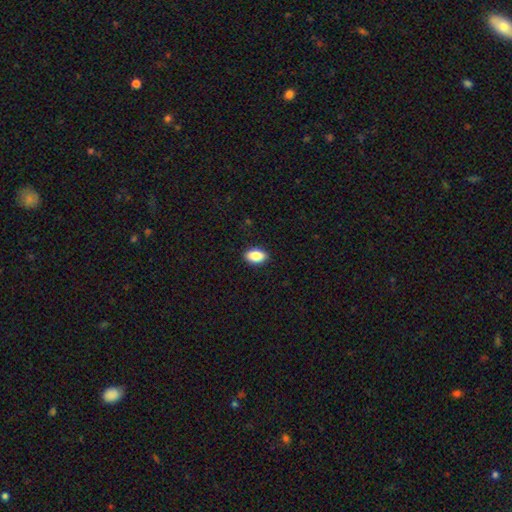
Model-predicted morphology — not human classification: Overall: smooth (87%). How rounded: in between (92%). Merging: none (90%).